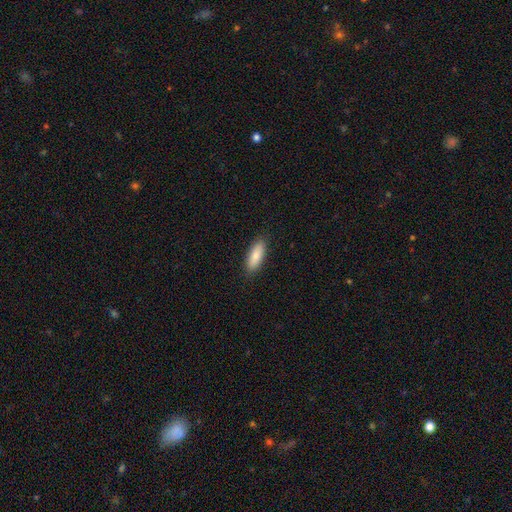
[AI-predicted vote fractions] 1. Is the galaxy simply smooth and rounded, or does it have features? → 84% smooth, 10% featured or disk, 6% star or artifact.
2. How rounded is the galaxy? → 71% in between, 27% cigar-shaped, 2% round.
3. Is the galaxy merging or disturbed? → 88% none, 9% minor disturbance, 2% major disturbance, 1% merger.